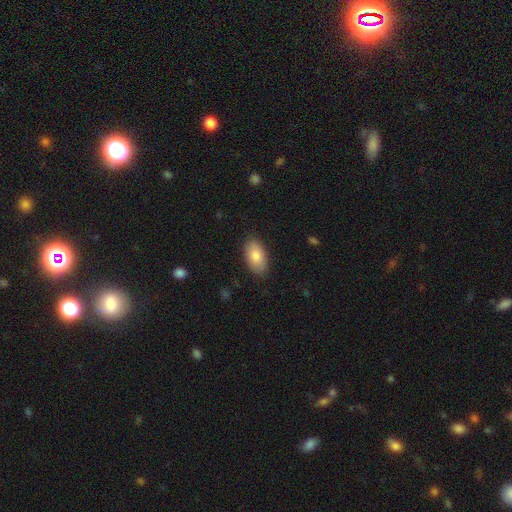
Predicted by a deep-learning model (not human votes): smooth 82%, featured or disk 12%, star or artifact 6%. Down the decision tree: how rounded — in between (94%); merging — none (85%).